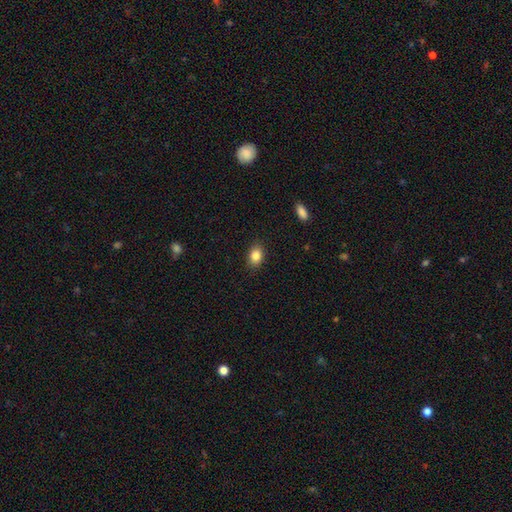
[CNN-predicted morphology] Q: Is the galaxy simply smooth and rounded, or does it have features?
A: smooth — 85%.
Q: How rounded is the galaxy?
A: in between — 78%.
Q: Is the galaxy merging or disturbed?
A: none — 87%.